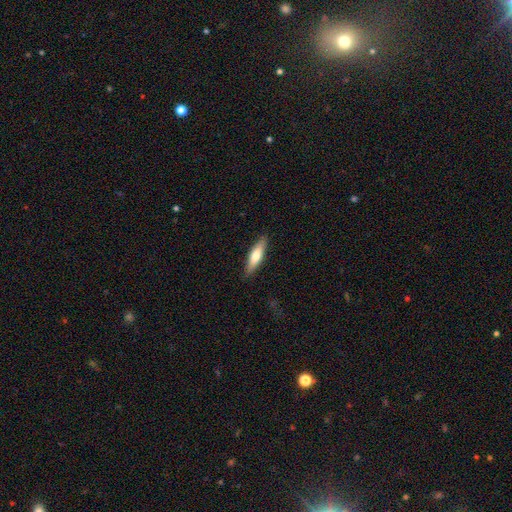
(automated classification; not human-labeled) smooth_or_featured: smooth (p=0.62) [alt: featured or disk p=0.33]
how_rounded: cigar-shaped (p=0.71) [alt: in between p=0.27]
merging: none (p=0.88) [alt: minor disturbance p=0.09]